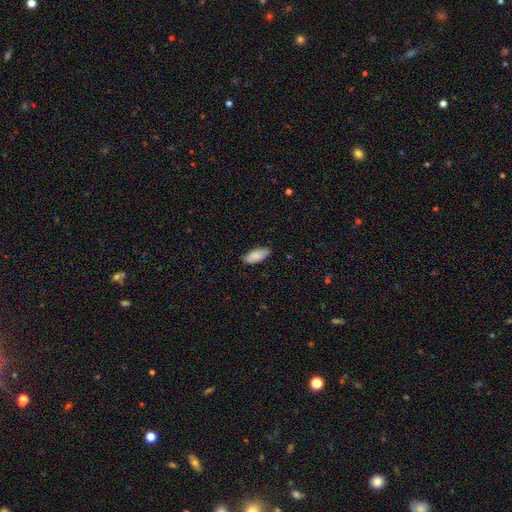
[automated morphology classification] Smooth or featured? smooth (86%)
How rounded? in between (83%)
Merging? none (81%)